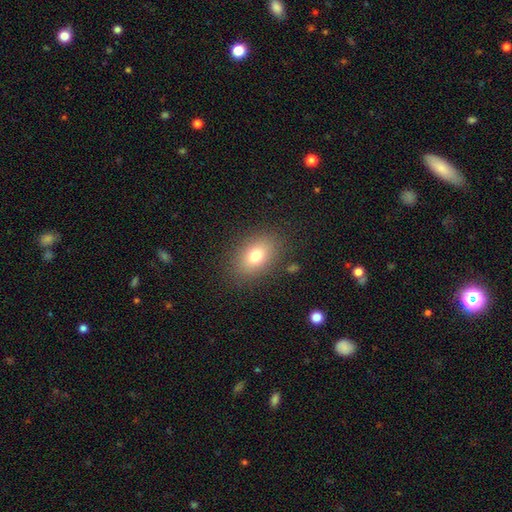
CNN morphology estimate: Smooth or featured? Predicted: smooth (p=0.75). How rounded? Predicted: in between (p=0.78). Merging? Predicted: none (p=0.85).